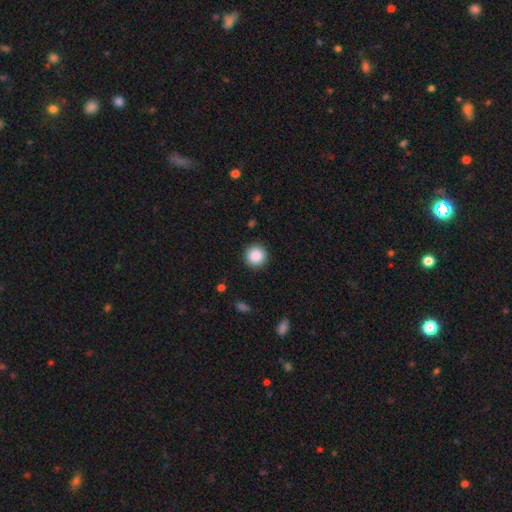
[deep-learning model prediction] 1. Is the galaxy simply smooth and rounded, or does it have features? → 88% smooth, 9% star or artifact, 4% featured or disk.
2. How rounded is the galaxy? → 95% round, 4% in between, 1% cigar-shaped.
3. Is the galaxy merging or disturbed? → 91% none, 6% minor disturbance, 2% major disturbance, 1% merger.